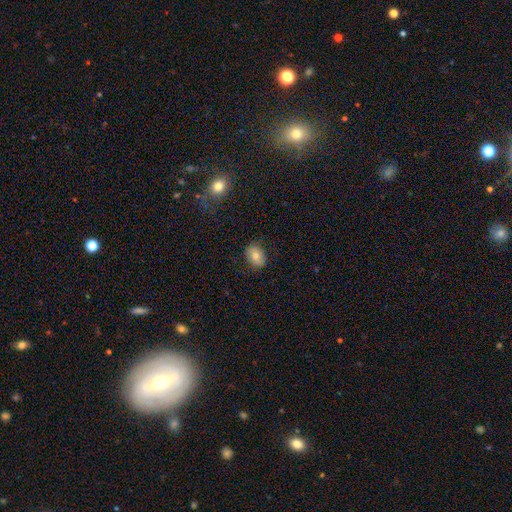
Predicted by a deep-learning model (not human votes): Smooth or featured?
  - smooth: 74% *
  - featured or disk: 17%
  - star or artifact: 9%
How rounded?
  - in between: 72% *
  - round: 27%
  - cigar-shaped: 1%
Merging?
  - none: 83% *
  - minor disturbance: 13%
  - major disturbance: 3%
  - merger: 1%